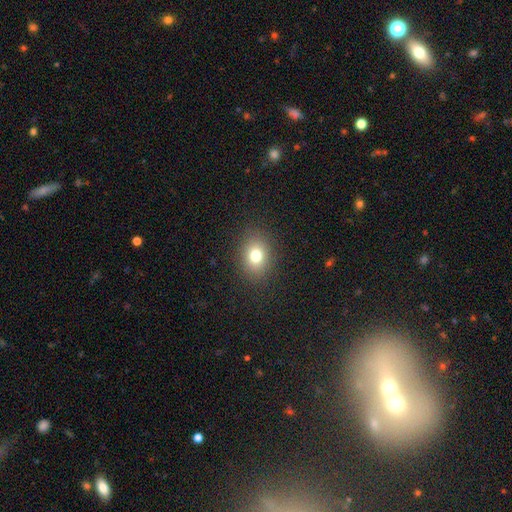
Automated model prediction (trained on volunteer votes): A smooth galaxy with no disk features (77%) that is in between round and cigar-shaped (51%).

Vote fractions:
- Smooth or featured? smooth: 77% / star or artifact: 13% / featured or disk: 10%
- How rounded? in between: 51% / round: 48% / cigar-shaped: 1%
- Merging? none: 88% / minor disturbance: 8% / major disturbance: 3% / merger: 1%